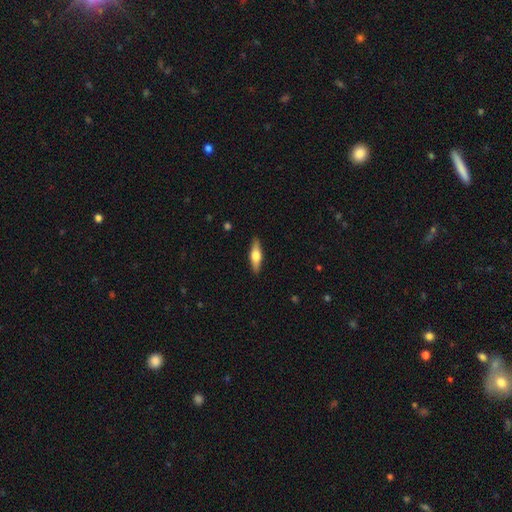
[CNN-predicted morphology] Q: Smooth or featured?
A: featured or disk (51%); runner-up: smooth (44%)
Q: Edge-on disk?
A: yes (94%); runner-up: no (6%)
Q: Merging?
A: none (89%); runner-up: minor disturbance (8%)